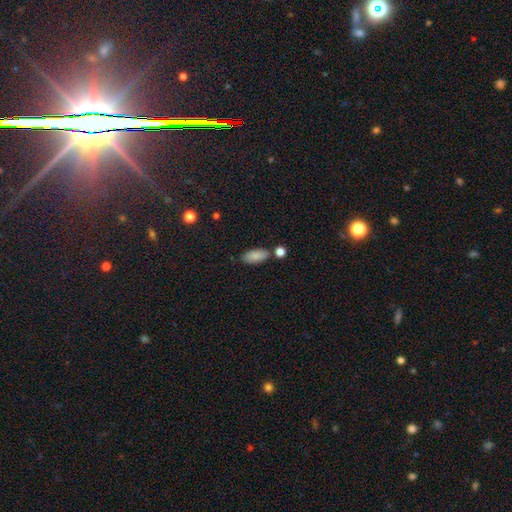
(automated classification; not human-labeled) Smooth or featured?
  - smooth: 86% *
  - star or artifact: 7%
  - featured or disk: 6%
How rounded?
  - in between: 86% *
  - cigar-shaped: 11%
  - round: 3%
Merging?
  - none: 72% *
  - minor disturbance: 14%
  - merger: 10%
  - major disturbance: 4%